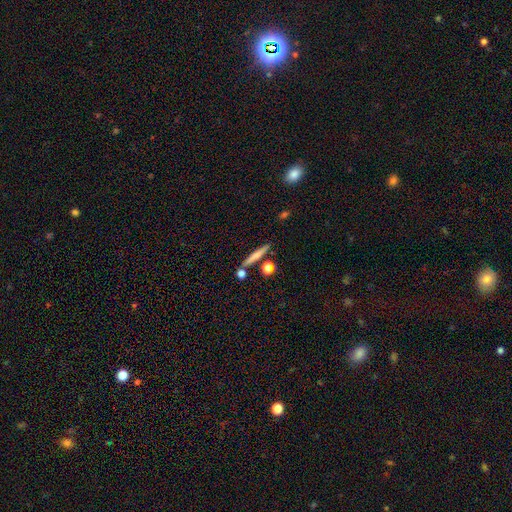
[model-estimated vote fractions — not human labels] Smooth or featured? Predicted: smooth (p=0.64). How rounded? Predicted: cigar-shaped (p=0.89). Merging? Predicted: none (p=0.80).